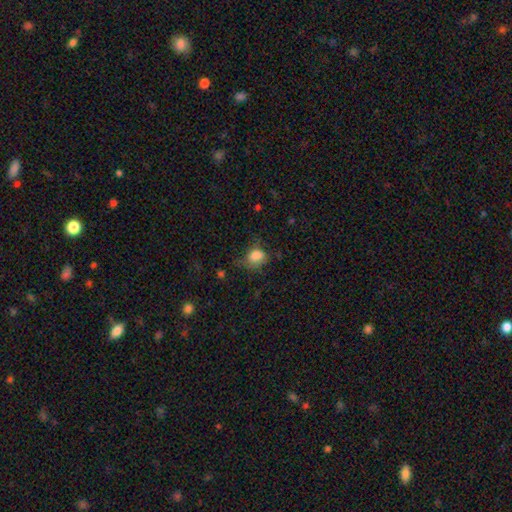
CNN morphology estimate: A smooth galaxy with no disk features (79%) that is in between round and cigar-shaped (62%).

Vote fractions:
- Smooth or featured? smooth: 79% / star or artifact: 11% / featured or disk: 9%
- How rounded? in between: 62% / round: 36% / cigar-shaped: 1%
- Merging? none: 42% / minor disturbance: 32% / major disturbance: 22% / merger: 3%